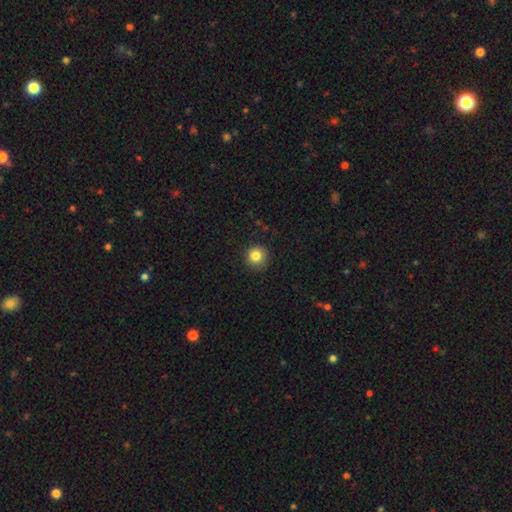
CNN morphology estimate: Smooth or featured?
  - smooth: 83% *
  - star or artifact: 11%
  - featured or disk: 6%
How rounded?
  - round: 94% *
  - in between: 5%
  - cigar-shaped: 1%
Merging?
  - none: 90% *
  - minor disturbance: 7%
  - major disturbance: 2%
  - merger: 1%